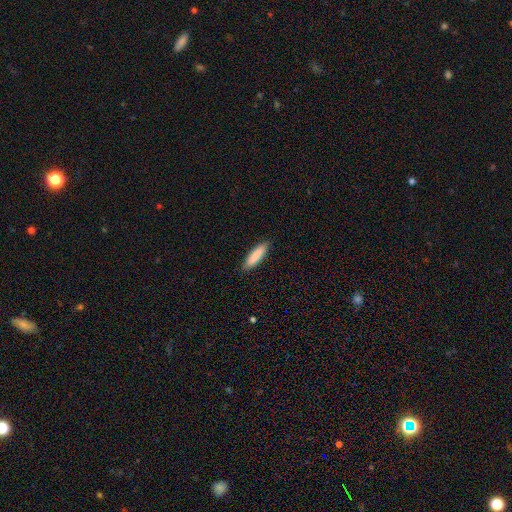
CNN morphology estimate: smooth 87%, featured or disk 7%, star or artifact 6%. Down the decision tree: how rounded — cigar-shaped (68%); merging — none (88%).